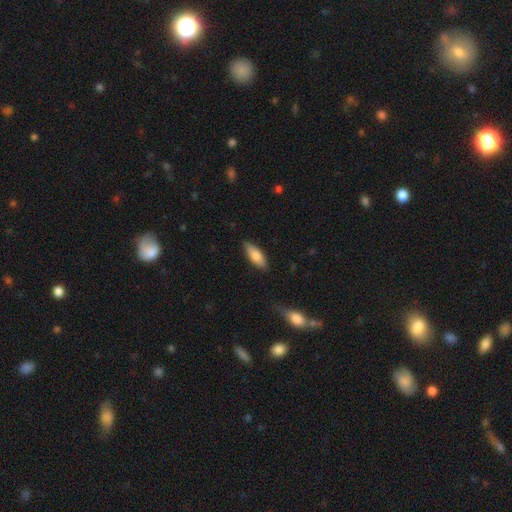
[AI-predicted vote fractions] Smooth or featured: smooth — 75% (featured or disk — 19%)
How rounded: in between — 67% (cigar-shaped — 31%)
Merging: none — 85% (minor disturbance — 12%)